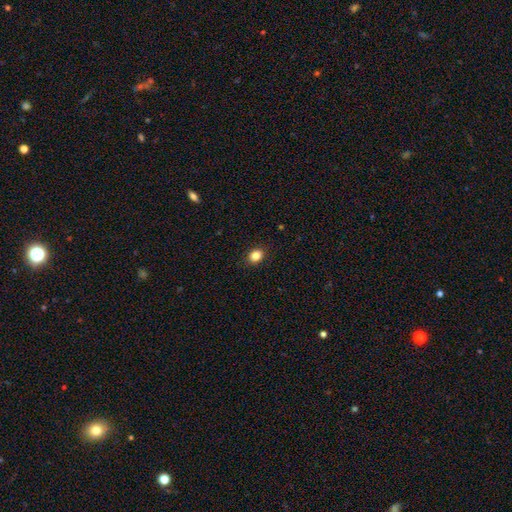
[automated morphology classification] Overall: smooth (85%). How rounded: in between (56%; round 43%). Merging: none (89%).